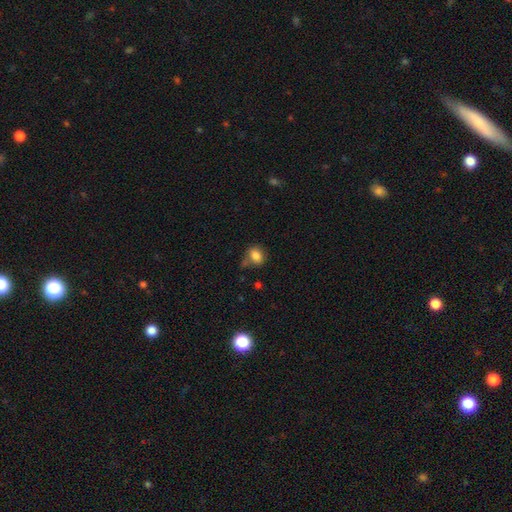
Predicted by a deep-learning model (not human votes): This appears to be a smooth galaxy with no disk features (83%) that is in between round and cigar-shaped (59%). Merging: none (64%).